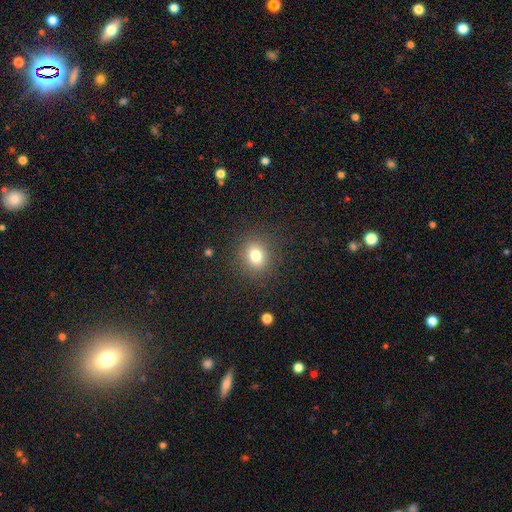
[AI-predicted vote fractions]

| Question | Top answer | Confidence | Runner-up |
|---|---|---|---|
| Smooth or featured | smooth | 79% | star or artifact (13%) |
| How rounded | round | 77% | in between (22%) |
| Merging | none | 88% | minor disturbance (8%) |